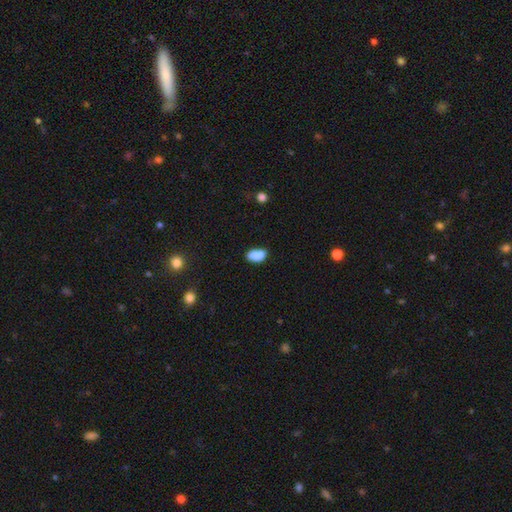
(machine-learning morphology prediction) Q: Smooth or featured?
A: smooth (82%); runner-up: featured or disk (10%)
Q: How rounded?
A: in between (90%); runner-up: round (8%)
Q: Merging?
A: none (61%); runner-up: minor disturbance (26%)